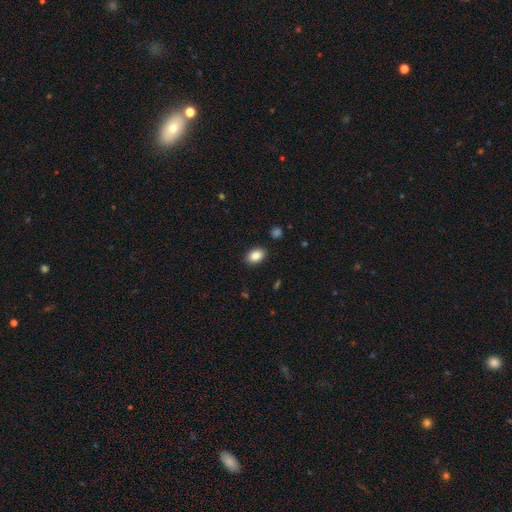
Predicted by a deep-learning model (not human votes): The model was most divided on "how rounded": in between: 83%, round: 16%, cigar-shaped: 1%. More confident: merging — none (88%); smooth or featured — smooth (87%).